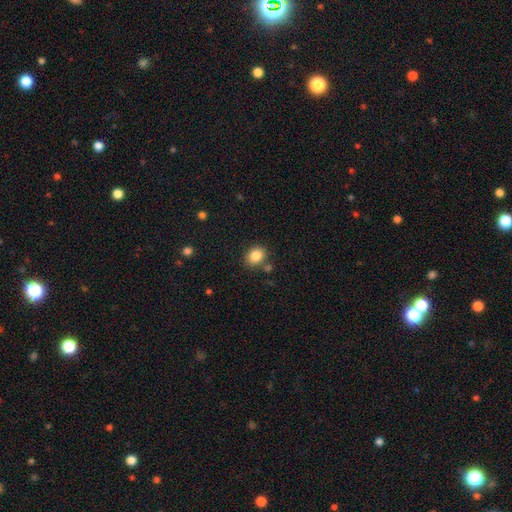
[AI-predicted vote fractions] A smooth galaxy with no disk features (84%) that is round (53%). Merging: none (79%).